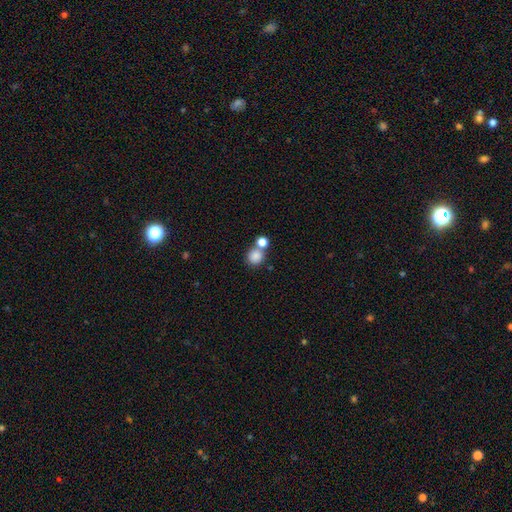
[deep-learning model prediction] Overall: smooth (83%). How rounded: round (87%). Merging: none (54%; merger 35%).